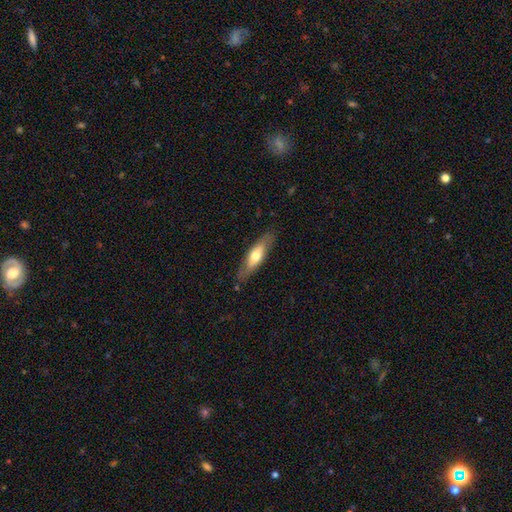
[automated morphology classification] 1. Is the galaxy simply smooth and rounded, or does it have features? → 52% smooth, 42% featured or disk, 5% star or artifact.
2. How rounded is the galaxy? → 56% cigar-shaped, 42% in between, 2% round.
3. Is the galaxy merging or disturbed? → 79% none, 16% minor disturbance, 4% major disturbance, 1% merger.